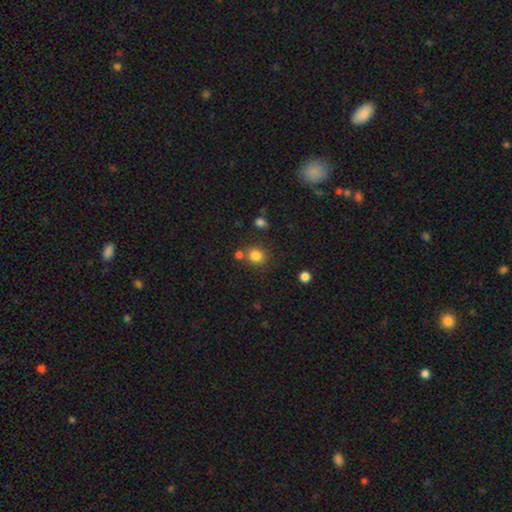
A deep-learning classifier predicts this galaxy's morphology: Smooth or featured?
  - smooth: 82% *
  - star or artifact: 12%
  - featured or disk: 5%
How rounded?
  - round: 83% *
  - in between: 16%
  - cigar-shaped: 1%
Merging?
  - none: 71% *
  - merger: 16%
  - minor disturbance: 10%
  - major disturbance: 4%